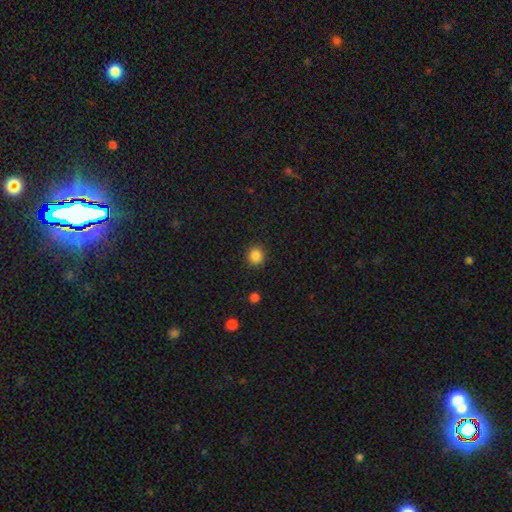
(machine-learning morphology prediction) smooth_or_featured: smooth (p=0.86) [alt: star or artifact p=0.10]
how_rounded: round (p=0.90) [alt: in between p=0.09]
merging: none (p=0.91) [alt: minor disturbance p=0.06]